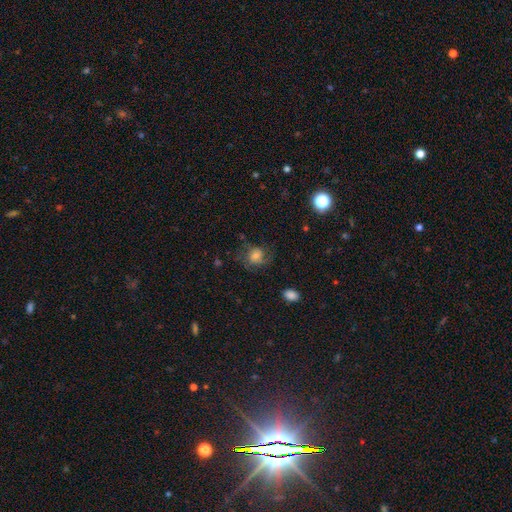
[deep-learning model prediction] Smooth or featured? smooth (42%, tied with featured or disk)
Merging? none (57%)